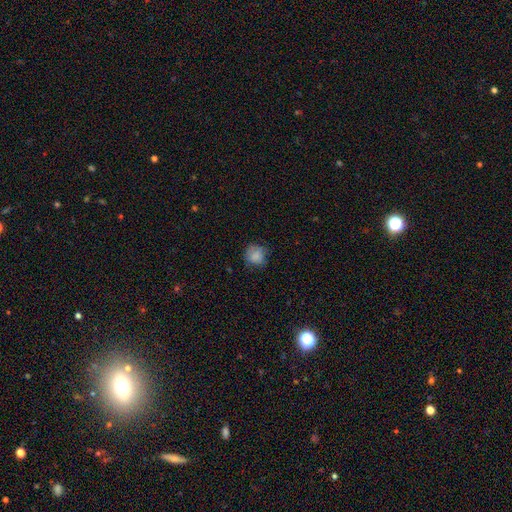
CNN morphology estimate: The model was most divided on "merging": none: 67%, minor disturbance: 24%, major disturbance: 8%, merger: 1%. More confident: smooth or featured — smooth (81%); how rounded — round (80%).